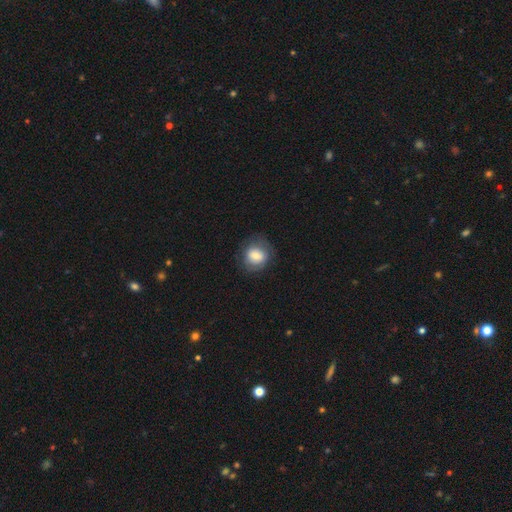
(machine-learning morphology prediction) smooth_or_featured: smooth (p=0.67) [alt: featured or disk p=0.25]
how_rounded: round (p=0.77) [alt: in between p=0.22]
merging: none (p=0.76) [alt: minor disturbance p=0.15]